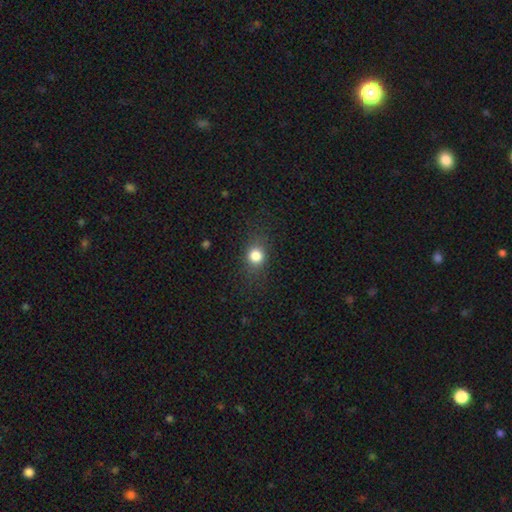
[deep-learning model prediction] smooth-or-featured: smooth: 80% | star or artifact: 12% | featured or disk: 7%
  how-rounded: round: 71% | in between: 27% | cigar-shaped: 2%
  merging: none: 80% | minor disturbance: 13% | major disturbance: 6% | merger: 1%